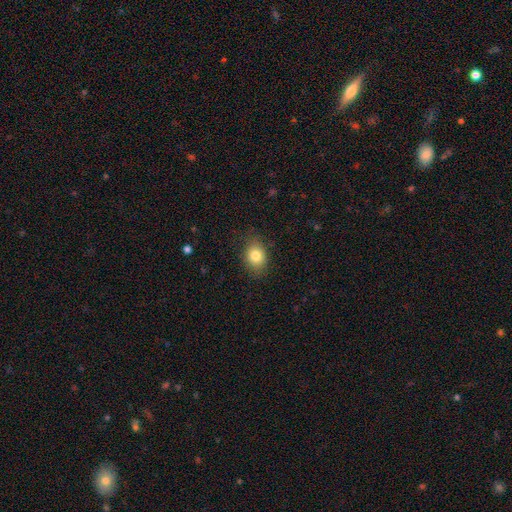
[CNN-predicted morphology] Overall: smooth (82%). How rounded: in between (63%; round 35%). Merging: none (81%).